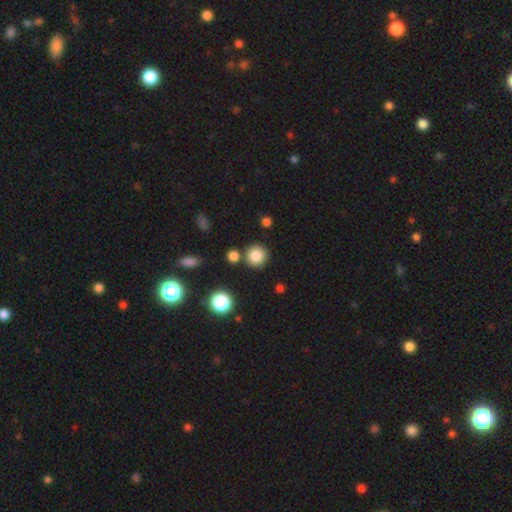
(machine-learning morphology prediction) Smooth or featured: smooth — 84% (star or artifact — 11%)
How rounded: round — 94% (in between — 5%)
Merging: none — 83% (minor disturbance — 7%)